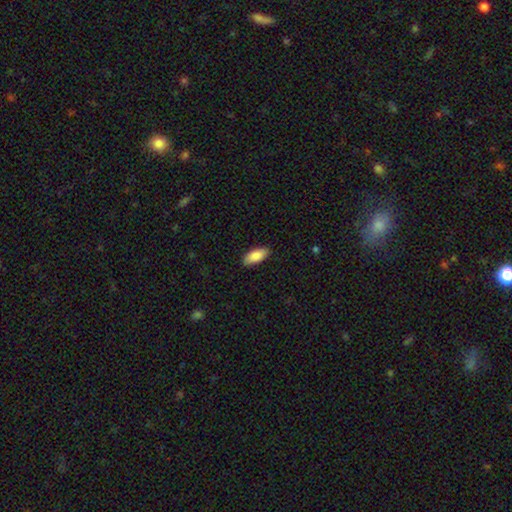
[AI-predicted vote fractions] A smooth galaxy with no disk features (85%) that is in between round and cigar-shaped (86%).

Vote fractions:
- Smooth or featured? smooth: 85% / featured or disk: 9% / star or artifact: 6%
- How rounded? in between: 86% / cigar-shaped: 12% / round: 2%
- Merging? none: 88% / minor disturbance: 9% / major disturbance: 2% / merger: 1%